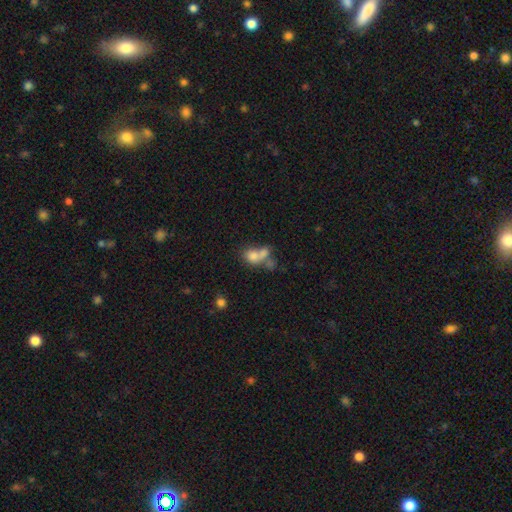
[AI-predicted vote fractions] Q: Smooth or featured?
A: smooth (72%); runner-up: featured or disk (17%)
Q: How rounded?
A: in between (54%); runner-up: round (44%)
Q: Merging?
A: merger (62%); runner-up: none (22%)